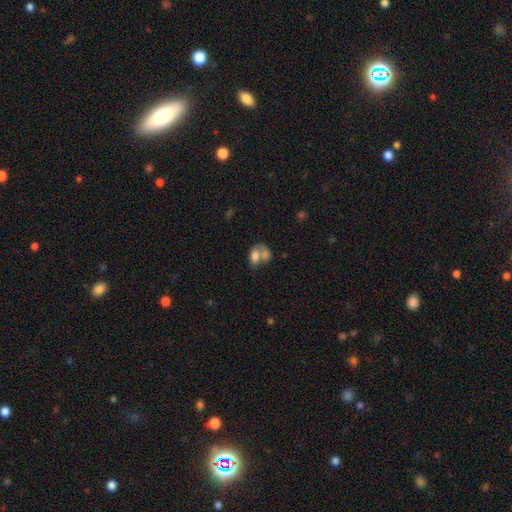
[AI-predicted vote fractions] Smooth or featured? Predicted: smooth (p=0.71). How rounded? Predicted: in between (p=0.81). Merging? Predicted: merger (p=0.66).